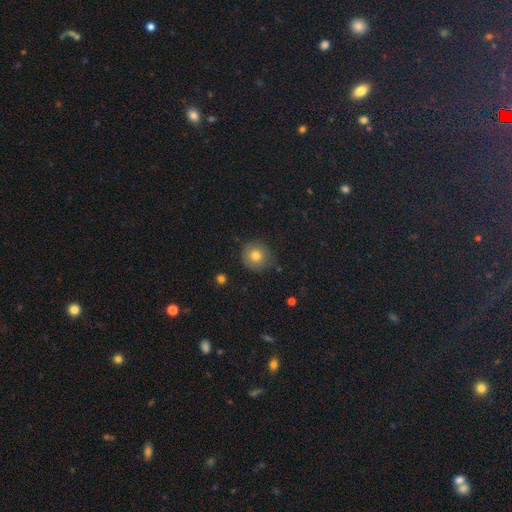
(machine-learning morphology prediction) A smooth galaxy with no disk features (76%) that is round (93%).

Vote fractions:
- Smooth or featured? smooth: 76% / featured or disk: 12% / star or artifact: 12%
- How rounded? round: 93% / in between: 6% / cigar-shaped: 1%
- Merging? none: 81% / minor disturbance: 14% / major disturbance: 3% / merger: 2%